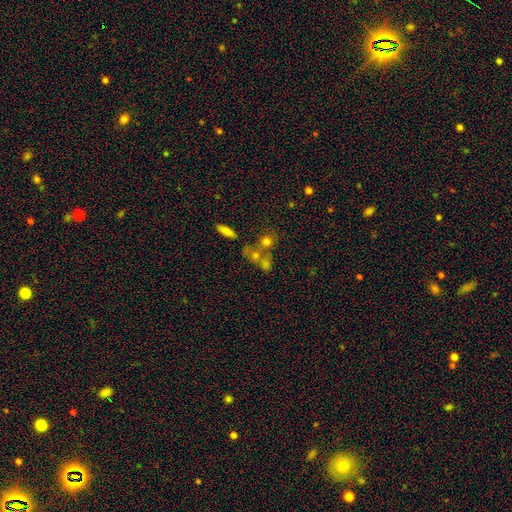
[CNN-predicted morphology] Smooth or featured: smooth — 49% (featured or disk — 25%)
Merging: merger — 47% (none — 37%)